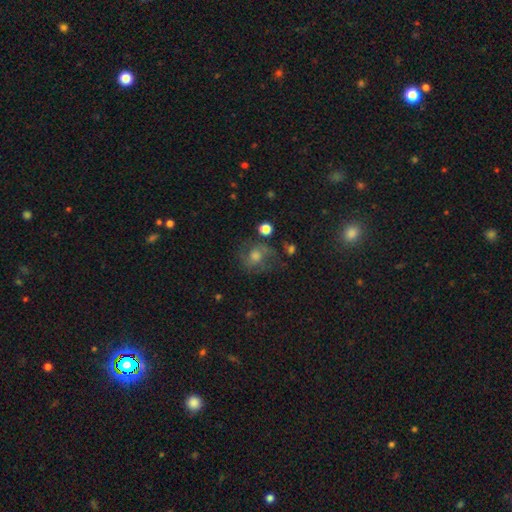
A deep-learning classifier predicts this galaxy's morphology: The model was most divided on "smooth or featured": featured or disk: 51%, smooth: 29%, star or artifact: 21%. More confident: edge-on disk — no (97%); merging — none (63%).